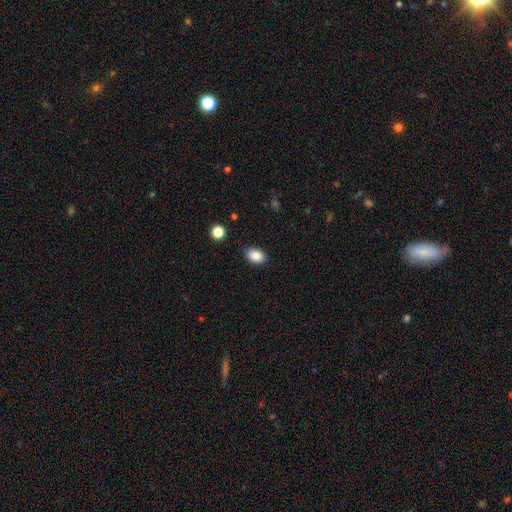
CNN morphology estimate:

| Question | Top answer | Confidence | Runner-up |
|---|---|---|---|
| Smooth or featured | smooth | 86% | star or artifact (9%) |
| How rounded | in between | 77% | round (22%) |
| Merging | none | 86% | minor disturbance (10%) |